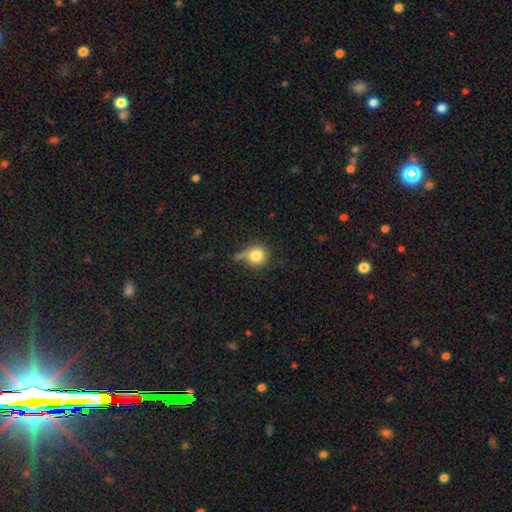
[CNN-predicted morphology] The model was most divided on "merging": none: 48%, minor disturbance: 28%, major disturbance: 15%, merger: 9%. More confident: how rounded — round (86%); smooth or featured — smooth (80%).